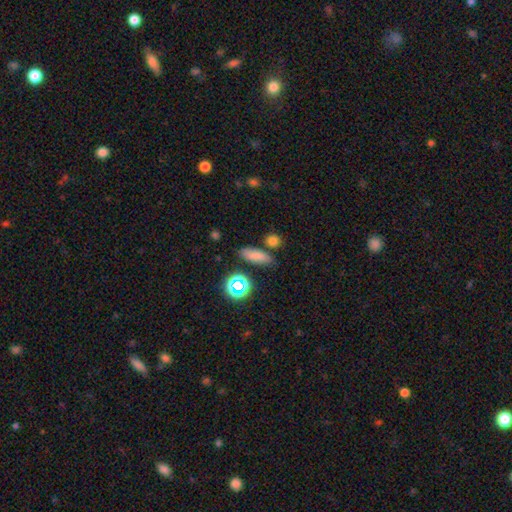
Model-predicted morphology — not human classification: This appears to be a smooth galaxy with no disk features (77%) that is in between round and cigar-shaped (59%). Merging: none (78%).